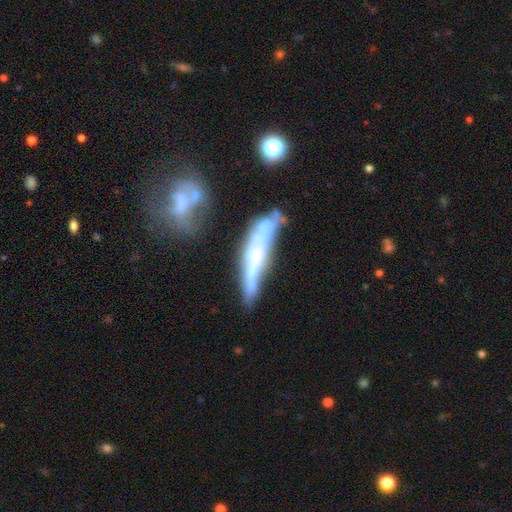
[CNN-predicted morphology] This is possibly a featured or disk galaxy (59%). It is possibly viewed edge-on (55%). Merging: marginally none (37%).